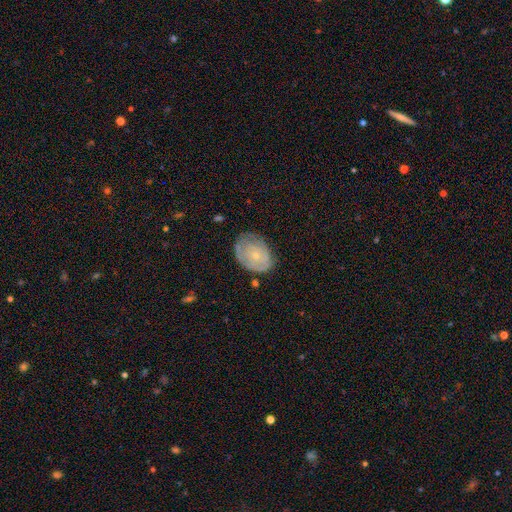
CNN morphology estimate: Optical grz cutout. It shows a featured or disk galaxy (52%). Merging: none (63%).